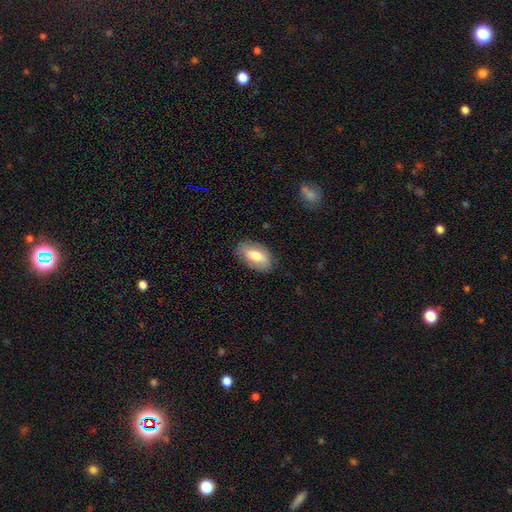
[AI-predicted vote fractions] A smooth galaxy with no disk features (63%) that is in between round and cigar-shaped (92%). Merging: none (81%).